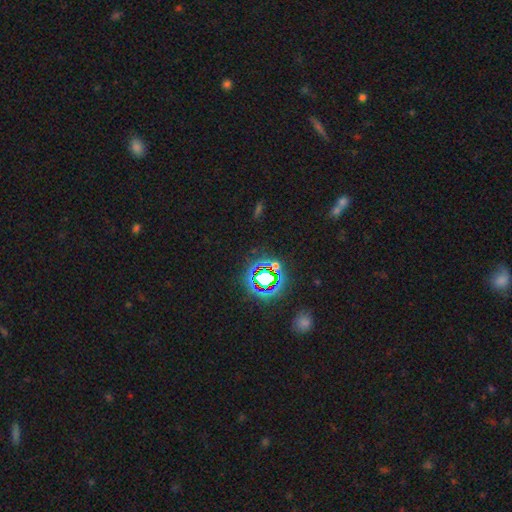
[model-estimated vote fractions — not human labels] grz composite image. It shows a star or artifact, not a galaxy (76%).